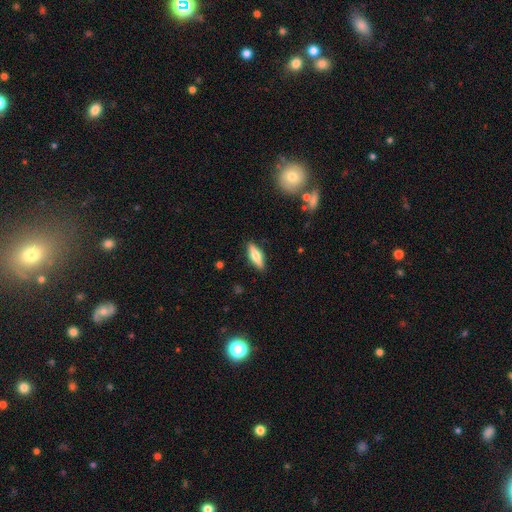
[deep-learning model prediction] Overall: smooth (50%; featured or disk 44%). Merging: none (88%).